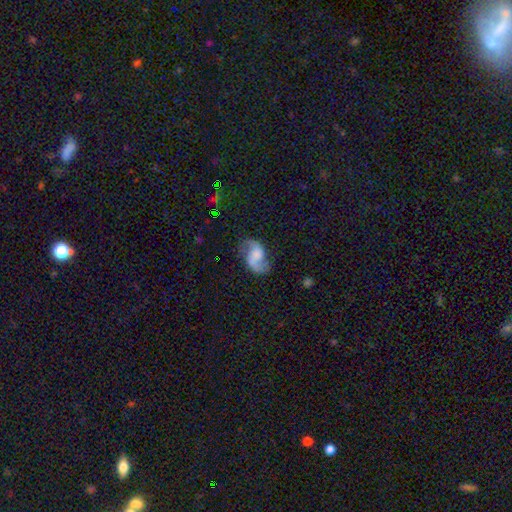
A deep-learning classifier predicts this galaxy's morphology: Smooth or featured? featured or disk (80%)
Edge-on disk? no (98%)
Bar? no (55%)
Spiral arms? yes (95%)
Spiral winding? loose (54%)
Spiral arm count? 2 (91%)
Bulge size? none (34%)
Merging? none (69%)